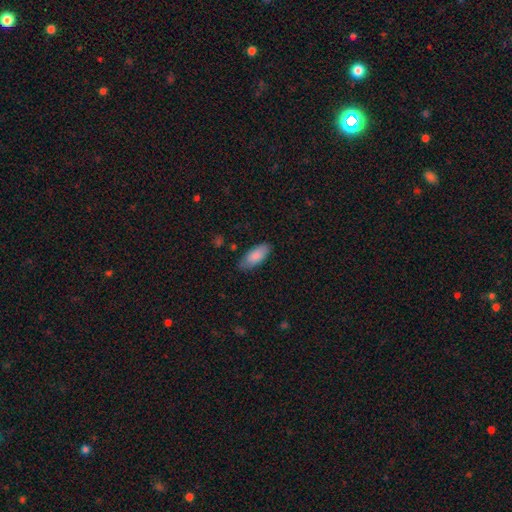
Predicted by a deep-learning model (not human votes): This is clearly a smooth galaxy (86%). How rounded: clearly in between (84%). Merging: likely none (79%).